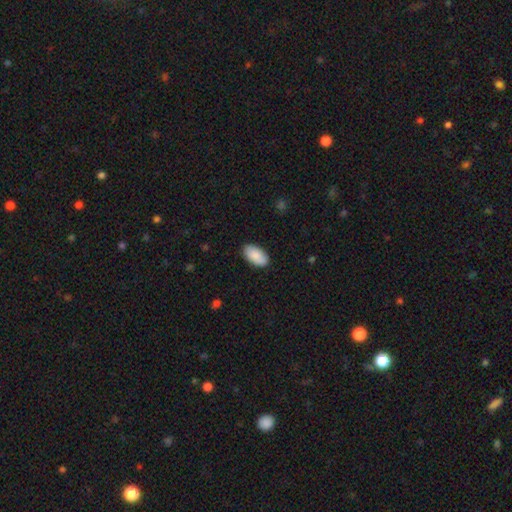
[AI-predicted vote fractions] Q: Smooth or featured?
A: smooth (88%); runner-up: featured or disk (6%)
Q: How rounded?
A: in between (95%); runner-up: round (3%)
Q: Merging?
A: none (87%); runner-up: minor disturbance (10%)